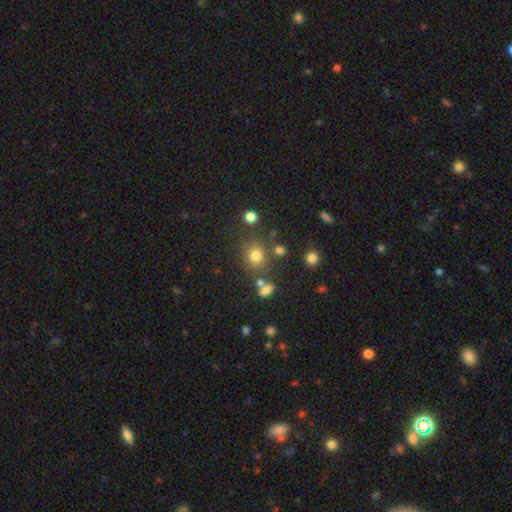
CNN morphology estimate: smooth_or_featured: smooth (p=0.75) [alt: star or artifact p=0.17]
how_rounded: round (p=0.77) [alt: in between p=0.22]
merging: none (p=0.75) [alt: minor disturbance p=0.11]